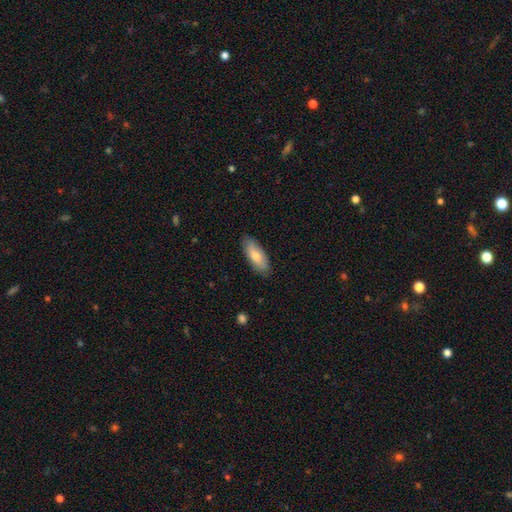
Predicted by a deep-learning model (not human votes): The model was most divided on "smooth or featured": smooth: 74%, featured or disk: 20%, star or artifact: 6%. More confident: merging — none (87%); how rounded — in between (79%).